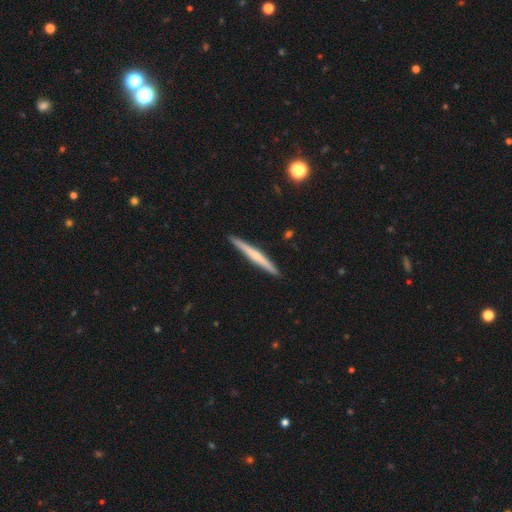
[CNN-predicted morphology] Smooth or featured? Predicted: featured or disk (p=0.55). Edge-on disk? Predicted: yes (p=0.97). Edge-on bulge? Predicted: rounded (p=0.47, tied with none). Merging? Predicted: none (p=0.91).